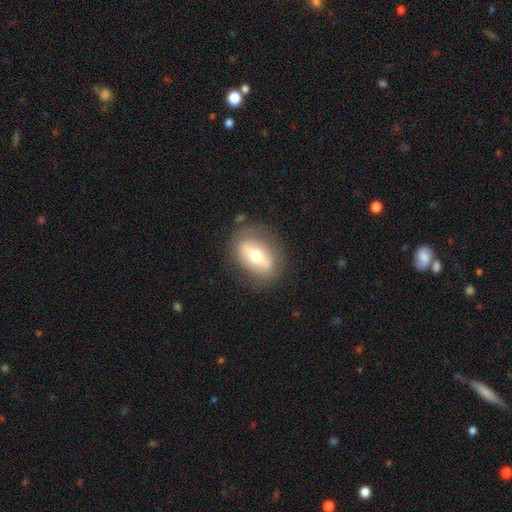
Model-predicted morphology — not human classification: type=featured or disk (49%); merging=none (78%).